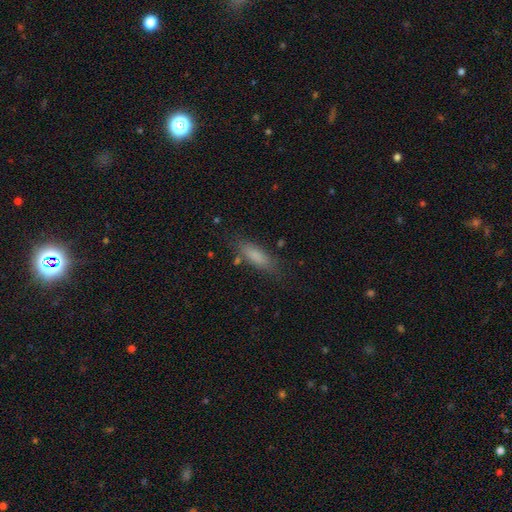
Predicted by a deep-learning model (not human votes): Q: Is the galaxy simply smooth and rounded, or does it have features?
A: smooth — 80%.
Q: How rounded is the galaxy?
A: in between — 51%.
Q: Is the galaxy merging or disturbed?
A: none — 77%.